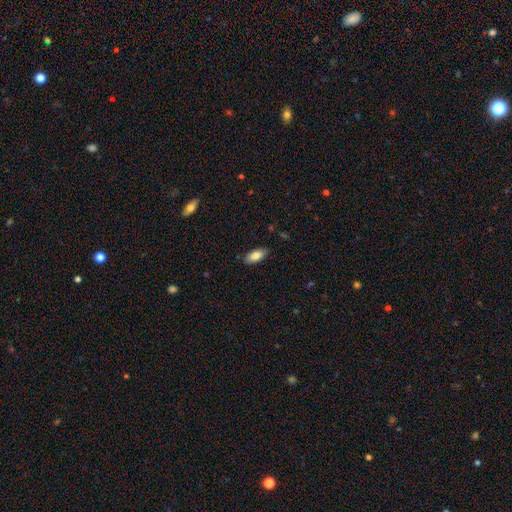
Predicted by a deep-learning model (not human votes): Q: Smooth or featured?
A: smooth (82%); runner-up: featured or disk (11%)
Q: How rounded?
A: in between (89%); runner-up: cigar-shaped (9%)
Q: Merging?
A: none (87%); runner-up: minor disturbance (10%)